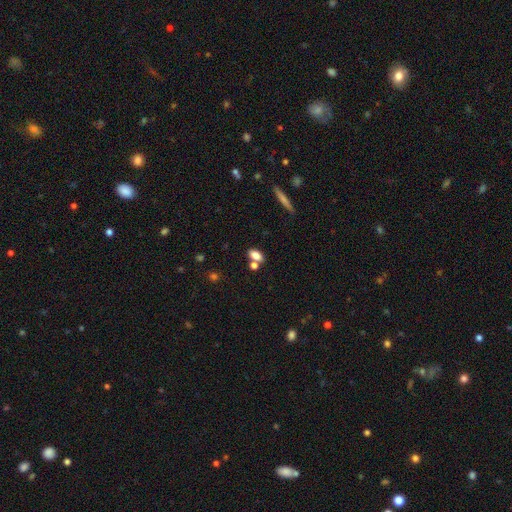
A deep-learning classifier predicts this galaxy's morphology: type=smooth (81%); roundness=in between (84%); merging=none (53%).